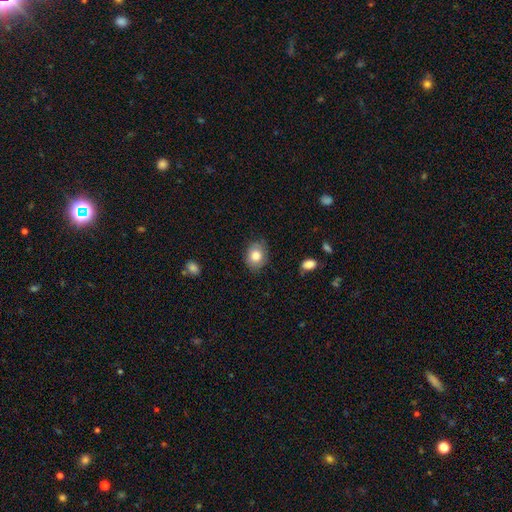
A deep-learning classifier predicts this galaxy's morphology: Smooth or featured: smooth — 81% (featured or disk — 11%)
How rounded: in between — 53% (round — 46%)
Merging: none — 80% (minor disturbance — 16%)